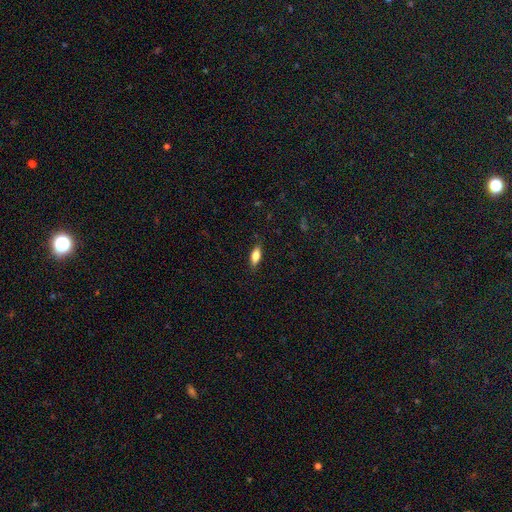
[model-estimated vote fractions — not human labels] smooth_or_featured: smooth (p=0.71) [alt: featured or disk p=0.21]
how_rounded: in between (p=0.72) [alt: cigar-shaped p=0.25]
merging: none (p=0.86) [alt: minor disturbance p=0.11]